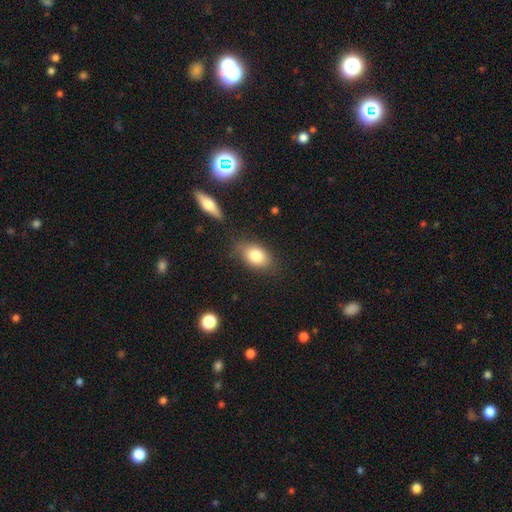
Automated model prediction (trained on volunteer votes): This is clearly a smooth galaxy (81%). How rounded: clearly in between (83%). Merging: likely none (76%).